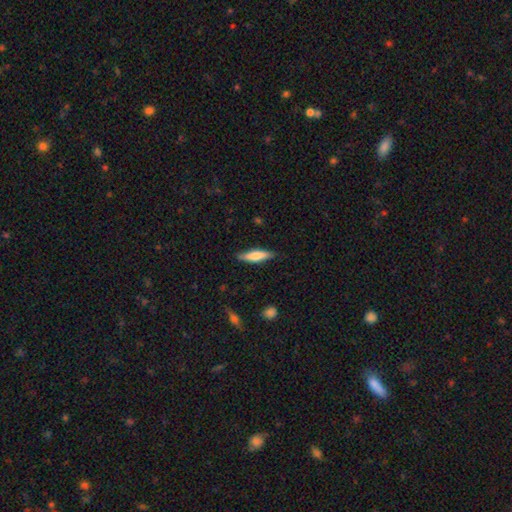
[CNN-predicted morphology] type=smooth (66%); roundness=cigar-shaped (72%); merging=none (84%).